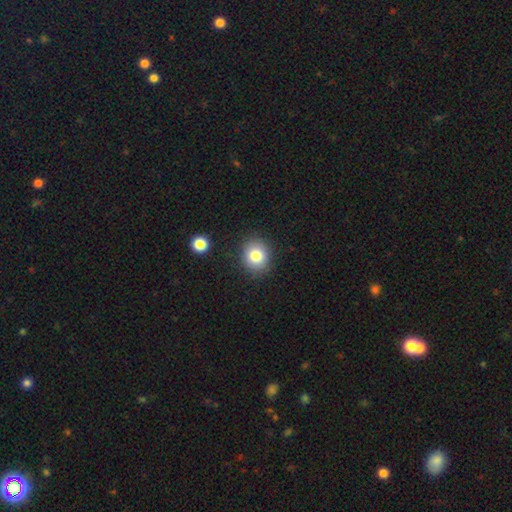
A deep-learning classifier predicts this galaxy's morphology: Q: Smooth or featured?
A: smooth (80%); runner-up: star or artifact (11%)
Q: How rounded?
A: round (75%); runner-up: in between (24%)
Q: Merging?
A: none (87%); runner-up: minor disturbance (8%)